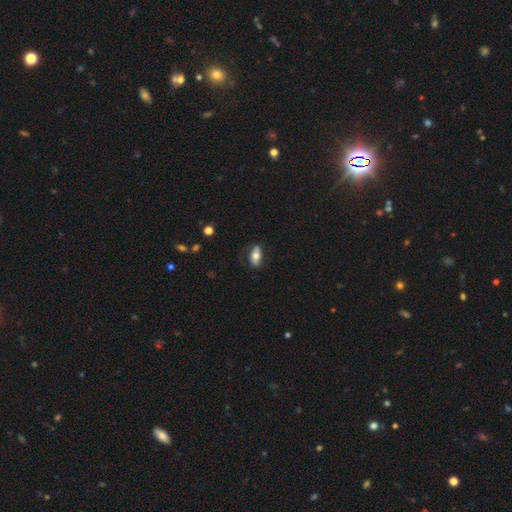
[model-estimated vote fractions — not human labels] Morphology: type=smooth (63%); roundness=in between (85%); merging=none (72%).